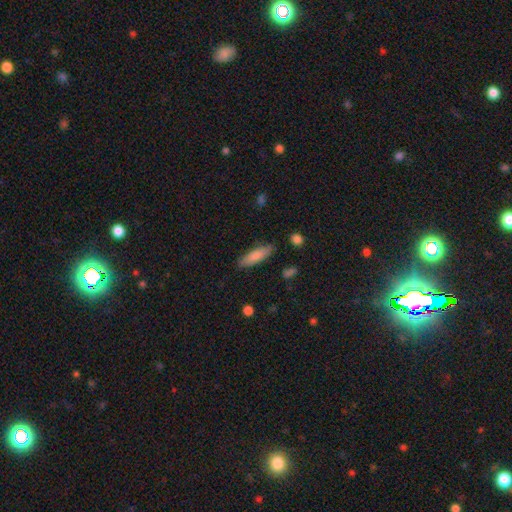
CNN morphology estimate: A smooth galaxy with no disk features (82%) that is cigar-shaped (62%).

Vote fractions:
- Smooth or featured? smooth: 82% / featured or disk: 12% / star or artifact: 6%
- How rounded? cigar-shaped: 62% / in between: 36% / round: 2%
- Merging? none: 84% / minor disturbance: 12% / major disturbance: 3% / merger: 2%